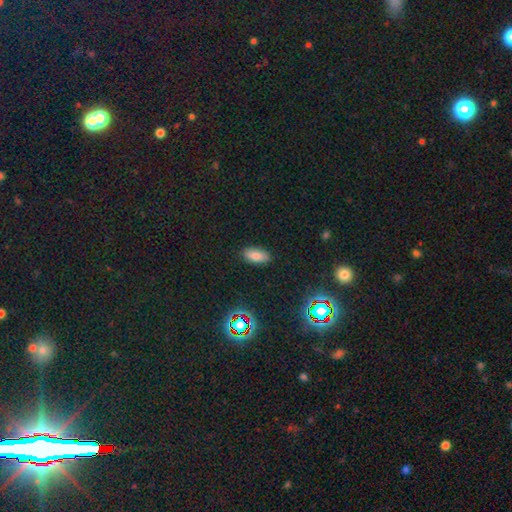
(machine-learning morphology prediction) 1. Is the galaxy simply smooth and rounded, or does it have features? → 76% smooth, 16% star or artifact, 8% featured or disk.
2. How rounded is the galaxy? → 89% in between, 7% cigar-shaped, 4% round.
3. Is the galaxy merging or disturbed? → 88% none, 8% minor disturbance, 2% major disturbance, 1% merger.